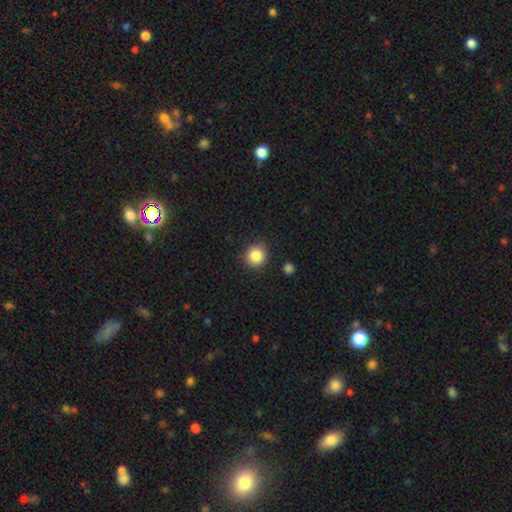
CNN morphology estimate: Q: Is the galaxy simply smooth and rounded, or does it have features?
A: smooth — 86%.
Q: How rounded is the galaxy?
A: round — 91%.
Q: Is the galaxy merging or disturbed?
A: none — 88%.